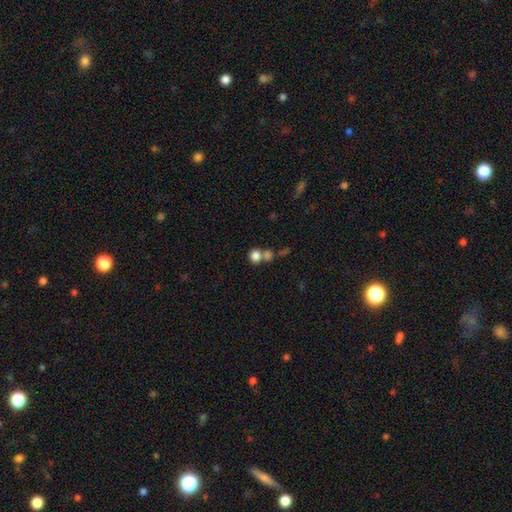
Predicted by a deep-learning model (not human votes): Smooth or featured?
  - smooth: 81% *
  - star or artifact: 11%
  - featured or disk: 8%
How rounded?
  - round: 79% *
  - in between: 20%
  - cigar-shaped: 1%
Merging?
  - merger: 45% *
  - none: 42%
  - minor disturbance: 8%
  - major disturbance: 5%